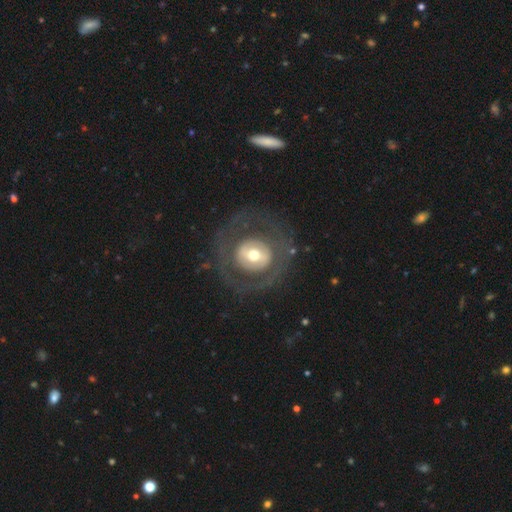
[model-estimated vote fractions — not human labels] This appears to be a featured or disk galaxy (60%) with no bar (63%), no spiral arms (76%) and a moderate central bulge (61%). Merging: none (75%).